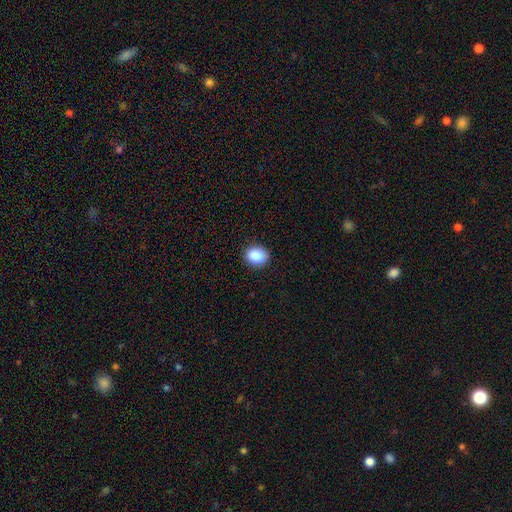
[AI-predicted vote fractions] The model was most divided on "how rounded": in between: 50%, round: 49%, cigar-shaped: 1%. More confident: smooth or featured — smooth (88%); merging — none (86%).